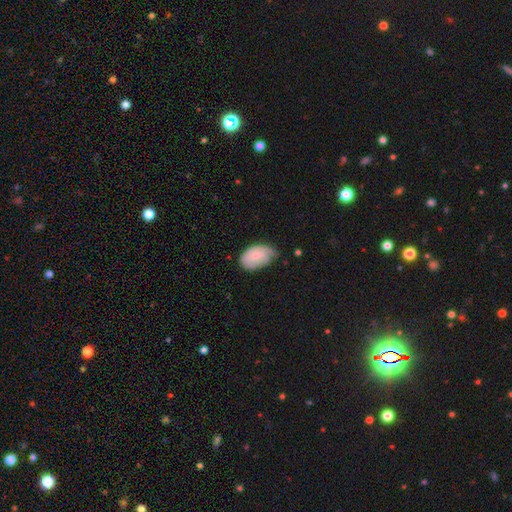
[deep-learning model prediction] Morphology: type=smooth (63%); roundness=in between (91%); merging=none (45%).